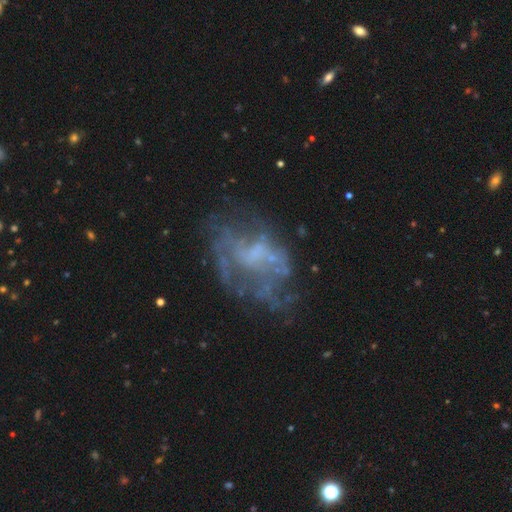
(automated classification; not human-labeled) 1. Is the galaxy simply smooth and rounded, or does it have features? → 68% featured or disk, 16% smooth, 15% star or artifact.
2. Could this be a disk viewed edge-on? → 97% no, 3% yes.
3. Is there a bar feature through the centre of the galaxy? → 73% no, 22% weak, 5% strong.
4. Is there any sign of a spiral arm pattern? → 66% no, 34% yes.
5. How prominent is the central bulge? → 54% none, 26% small, 16% moderate, 3% large, 1% dominant.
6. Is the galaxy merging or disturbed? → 45% none, 31% major disturbance, 19% minor disturbance, 6% merger.